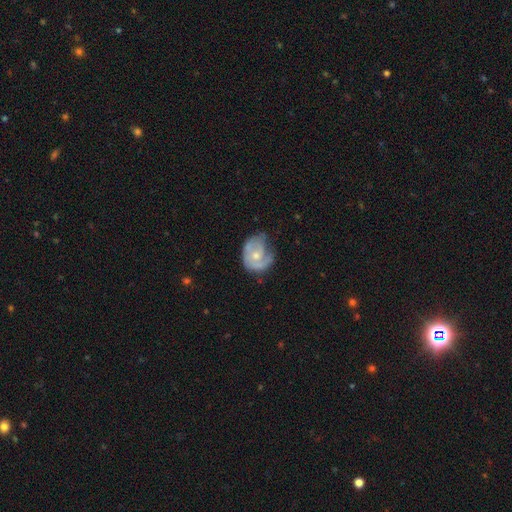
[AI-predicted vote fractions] Smooth or featured? Predicted: featured or disk (p=0.68). Edge-on disk? Predicted: no (p=0.98). Bar? Predicted: no (p=0.79). Spiral arms? Predicted: yes (p=0.80). Spiral winding? Predicted: tight (p=0.45). Spiral arm count? Predicted: 1 (p=0.37). Bulge size? Predicted: small (p=0.50). Merging? Predicted: none (p=0.43).